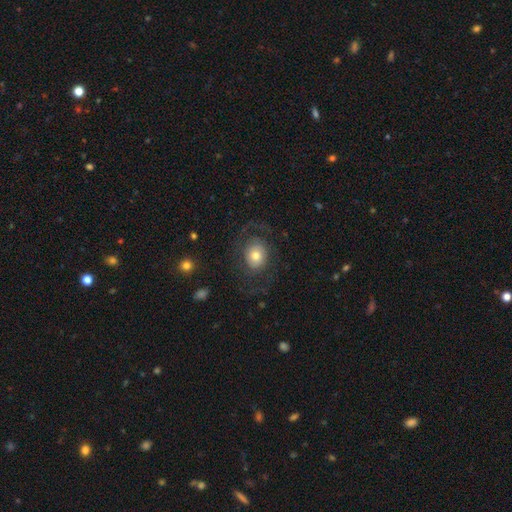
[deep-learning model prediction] The model was most divided on "smooth or featured": featured or disk: 47%, smooth: 45%, star or artifact: 9%. More confident: merging — none (64%).